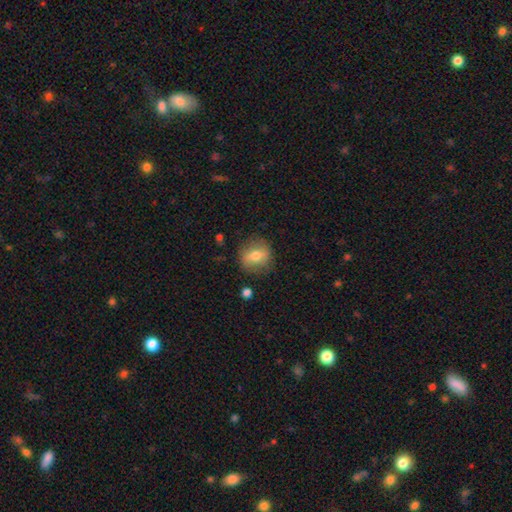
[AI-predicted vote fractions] Smooth or featured?
  - smooth: 56% *
  - featured or disk: 35%
  - star or artifact: 9%
How rounded?
  - round: 75% *
  - in between: 23%
  - cigar-shaped: 2%
Merging?
  - none: 81% *
  - minor disturbance: 13%
  - major disturbance: 4%
  - merger: 2%